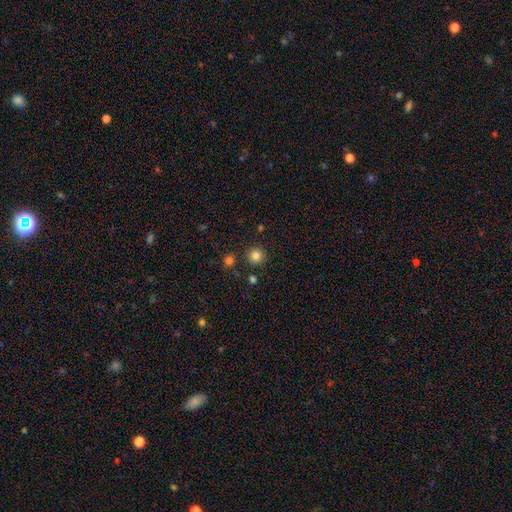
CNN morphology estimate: Smooth or featured: smooth — 82% (star or artifact — 12%)
How rounded: round — 95% (in between — 4%)
Merging: none — 88% (minor disturbance — 6%)